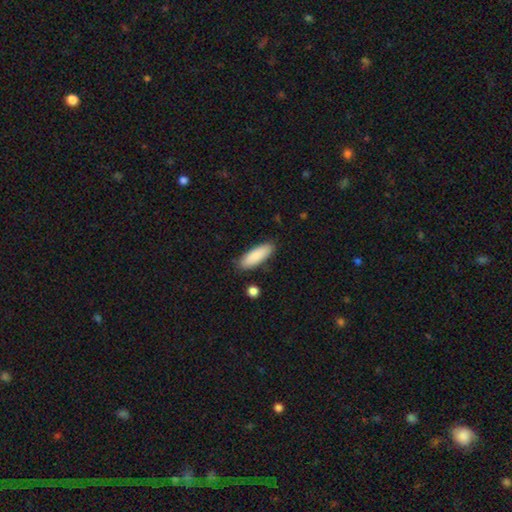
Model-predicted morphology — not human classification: This appears to be a smooth galaxy with no disk features (88%) that is in between round and cigar-shaped (60%). Merging: none (85%).